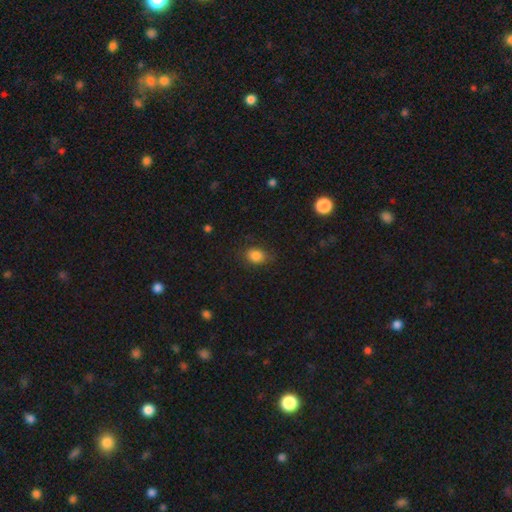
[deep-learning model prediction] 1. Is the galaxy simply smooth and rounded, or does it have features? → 85% smooth, 10% star or artifact, 5% featured or disk.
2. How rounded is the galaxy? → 63% in between, 36% round, 1% cigar-shaped.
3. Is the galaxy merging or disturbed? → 76% none, 18% minor disturbance, 5% major disturbance, 1% merger.